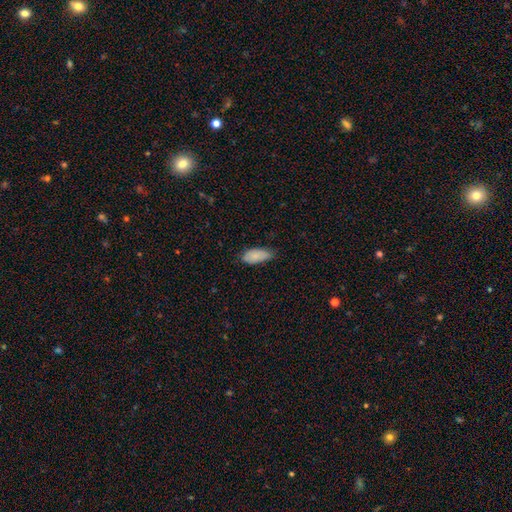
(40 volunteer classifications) smooth_or_featured: smooth (p=0.82) [alt: featured or disk p=0.15]
how_rounded: in between (p=1.00)
merging: none (p=0.46) [tied with: minor disturbance p=0.46]